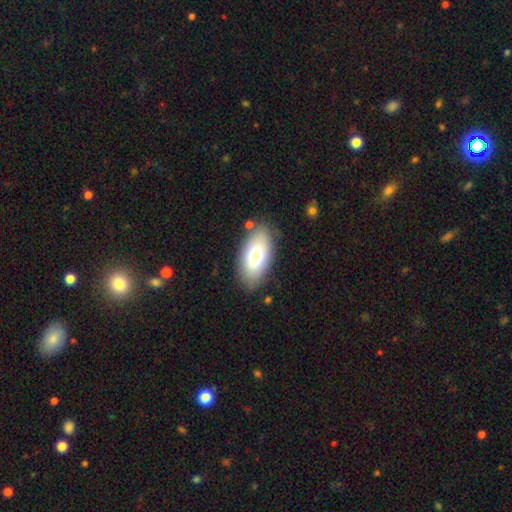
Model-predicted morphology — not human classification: This appears to be a smooth galaxy with no disk features (73%) that is in between round and cigar-shaped (93%). Merging: none (81%).